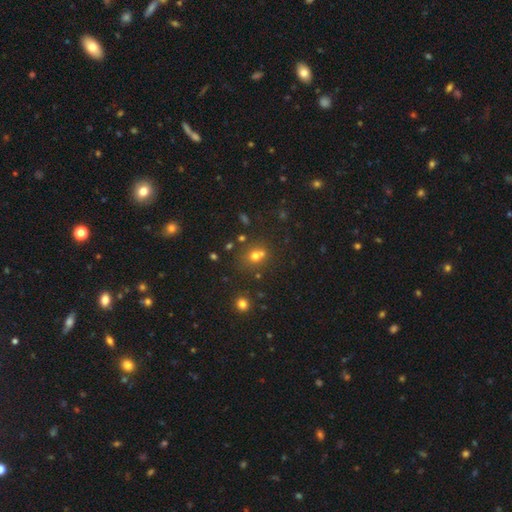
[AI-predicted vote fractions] A smooth galaxy with no disk features (65%) that is round (72%).

Vote fractions:
- Smooth or featured? smooth: 65% / star or artifact: 20% / featured or disk: 15%
- How rounded? round: 72% / in between: 27% / cigar-shaped: 1%
- Merging? none: 49% / merger: 36% / minor disturbance: 10% / major disturbance: 5%